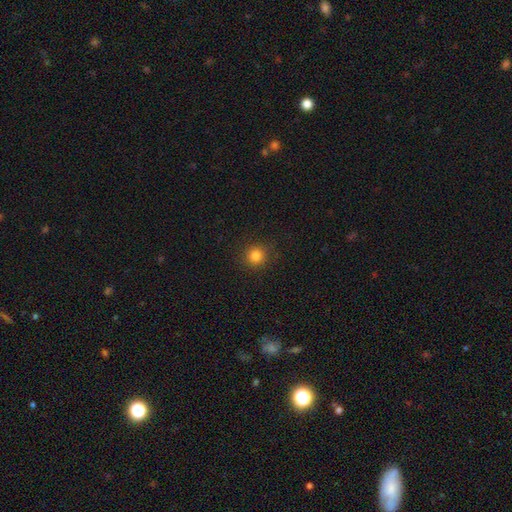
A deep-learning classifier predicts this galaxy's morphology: smooth_or_featured: smooth (p=0.83) [alt: star or artifact p=0.13]
how_rounded: round (p=0.93) [alt: in between p=0.06]
merging: none (p=0.90) [alt: minor disturbance p=0.06]